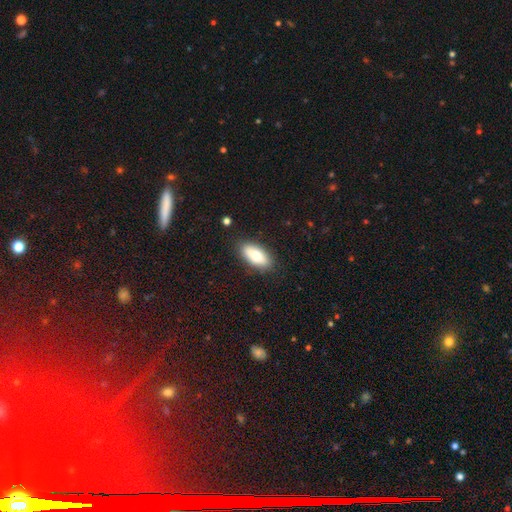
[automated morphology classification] A smooth galaxy with no disk features (78%) that is in between round and cigar-shaped (84%).

Vote fractions:
- Smooth or featured? smooth: 78% / featured or disk: 15% / star or artifact: 7%
- How rounded? in between: 84% / cigar-shaped: 13% / round: 2%
- Merging? none: 86% / minor disturbance: 10% / major disturbance: 2% / merger: 1%